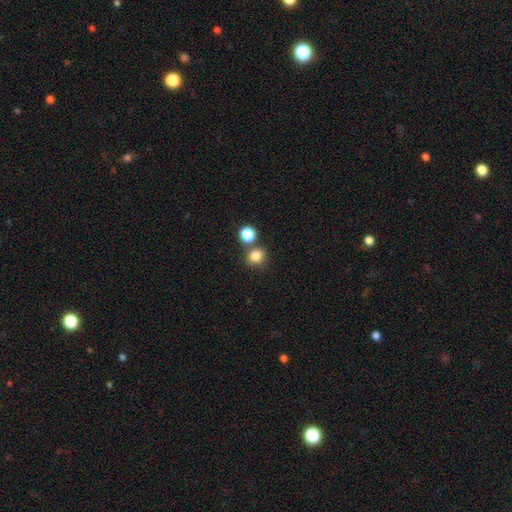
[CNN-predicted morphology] Overall: smooth (82%). How rounded: round (80%). Merging: none (68%).